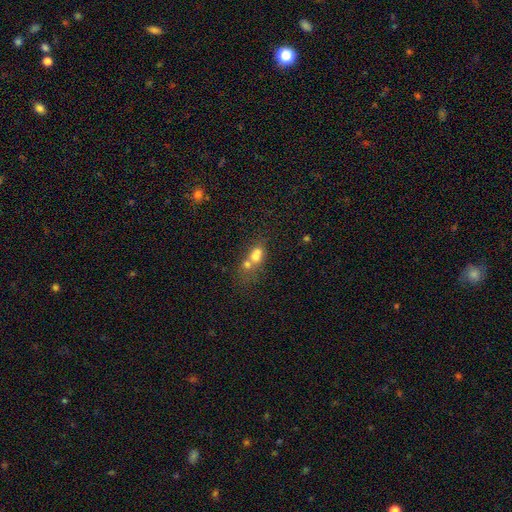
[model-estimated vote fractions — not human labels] Morphology: type=smooth (59%); roundness=round (55%); merging=merger (65%).